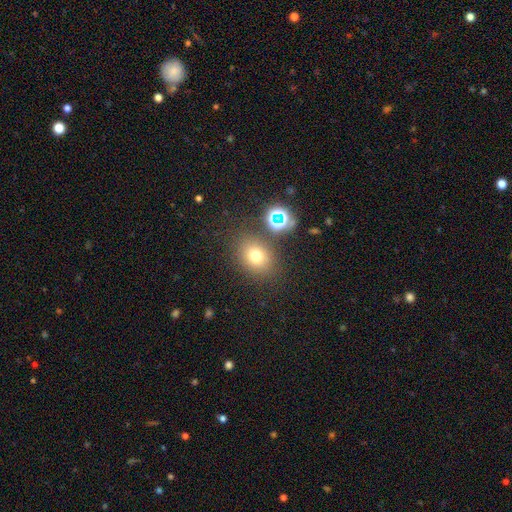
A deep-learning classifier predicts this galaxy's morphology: This is likely a smooth galaxy (71%). How rounded: possibly round (59%). Merging: likely none (78%).